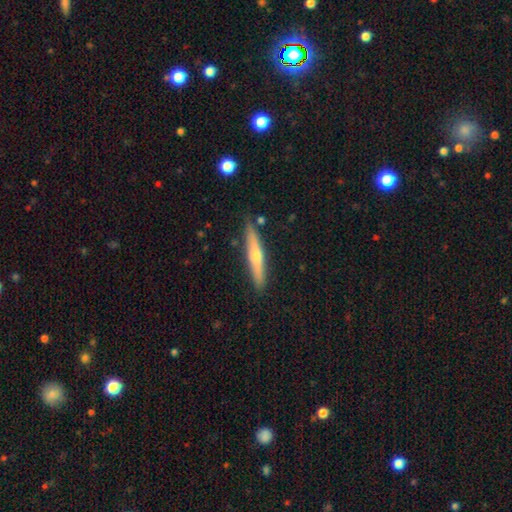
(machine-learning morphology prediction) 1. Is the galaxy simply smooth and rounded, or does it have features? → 52% featured or disk, 42% smooth, 6% star or artifact.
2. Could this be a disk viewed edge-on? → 94% yes, 6% no.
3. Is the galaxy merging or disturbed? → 86% none, 10% minor disturbance, 2% merger, 2% major disturbance.